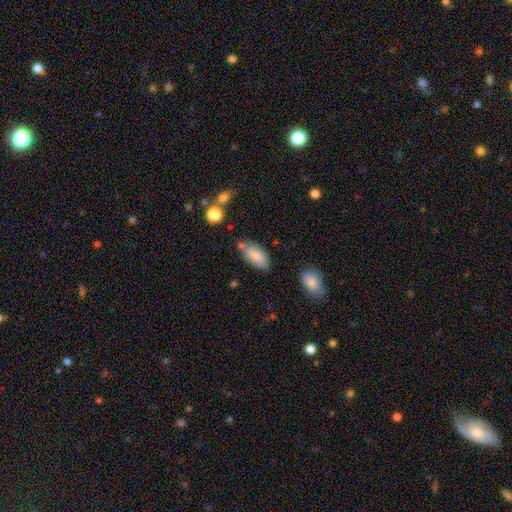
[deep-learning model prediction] The model was most divided on "merging": none: 66%, minor disturbance: 20%, merger: 9%, major disturbance: 5%. More confident: how rounded — in between (91%); smooth or featured — smooth (82%).